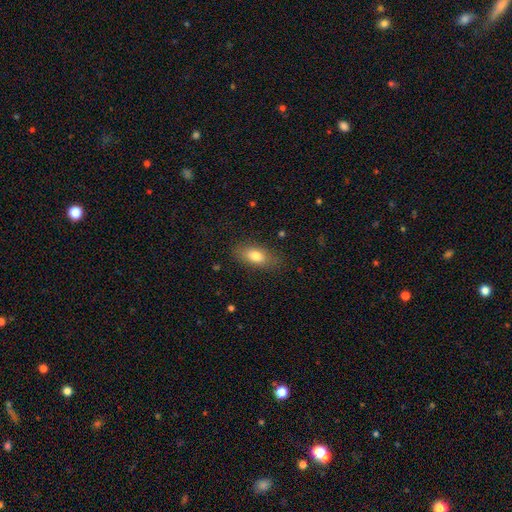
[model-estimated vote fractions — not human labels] The model was most divided on "smooth or featured": smooth: 79%, featured or disk: 14%, star or artifact: 8%. More confident: merging — none (83%); how rounded — in between (81%).